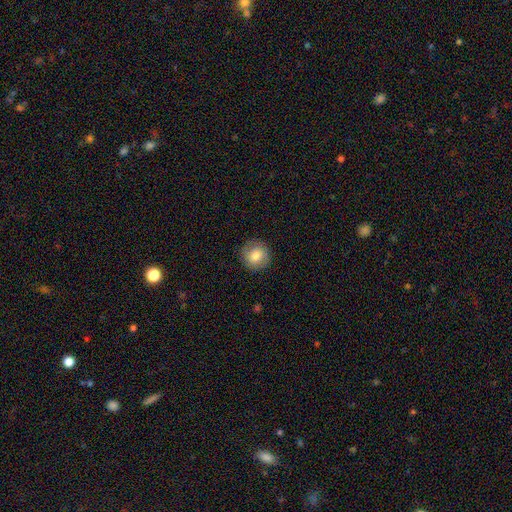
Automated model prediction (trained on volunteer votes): This is likely a smooth galaxy (77%). How rounded: clearly round (93%). Merging: clearly none (87%).